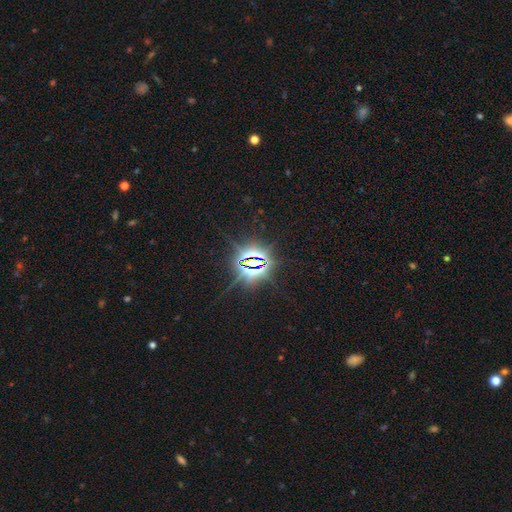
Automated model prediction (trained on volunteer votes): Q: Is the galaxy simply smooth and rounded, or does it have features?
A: star or artifact — 84%.